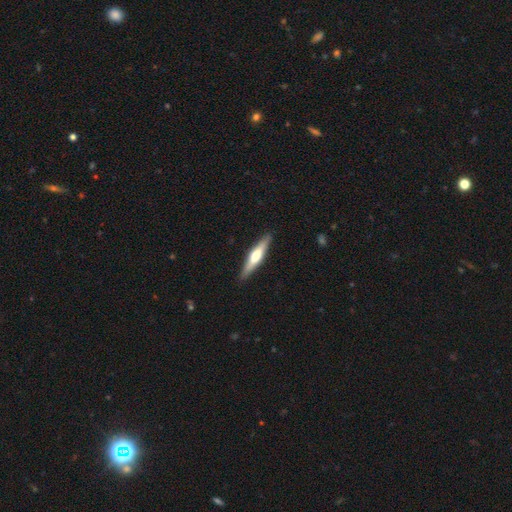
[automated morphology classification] A featured or disk galaxy (53%) viewed edge-on (95%).

Vote fractions:
- Smooth or featured? featured or disk: 53% / smooth: 42% / star or artifact: 5%
- Edge-on disk? yes: 95% / no: 5%
- Merging? none: 90% / minor disturbance: 8% / major disturbance: 2% / merger: 1%